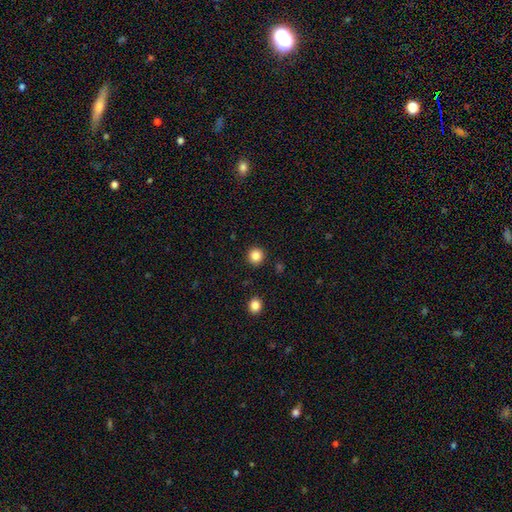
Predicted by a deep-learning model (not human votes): A smooth galaxy with no disk features (85%) that is round (95%).

Vote fractions:
- Smooth or featured? smooth: 85% / star or artifact: 11% / featured or disk: 4%
- How rounded? round: 95% / in between: 4% / cigar-shaped: 1%
- Merging? none: 92% / minor disturbance: 5% / major disturbance: 2% / merger: 1%